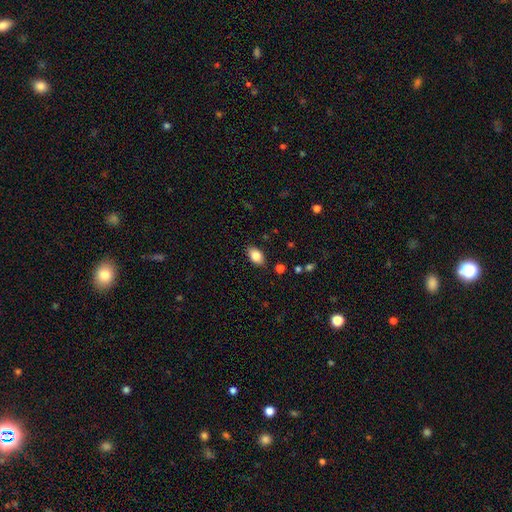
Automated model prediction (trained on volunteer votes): Overall: smooth (85%). How rounded: in between (90%). Merging: none (87%).